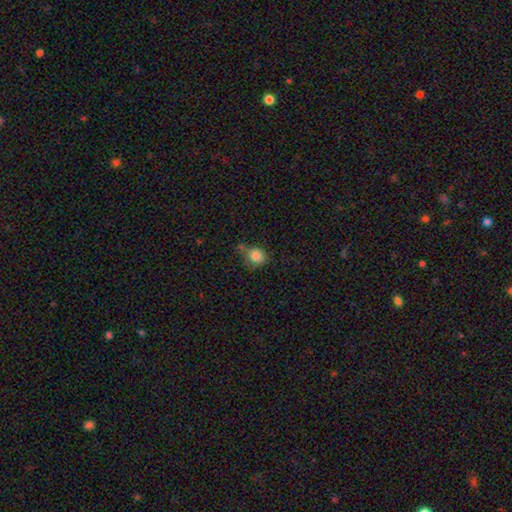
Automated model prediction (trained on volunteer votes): smooth_or_featured: smooth (p=0.83) [alt: star or artifact p=0.10]
how_rounded: round (p=0.74) [alt: in between p=0.25]
merging: none (p=0.50) [alt: minor disturbance p=0.30]